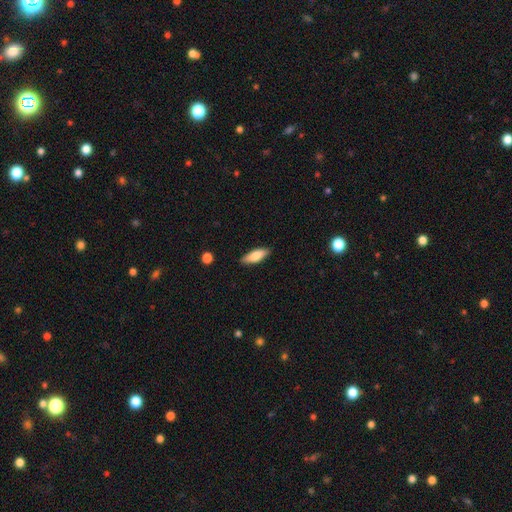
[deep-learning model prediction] This appears to be a smooth galaxy with no disk features (80%) that is in between round and cigar-shaped (62%). Merging: none (86%).